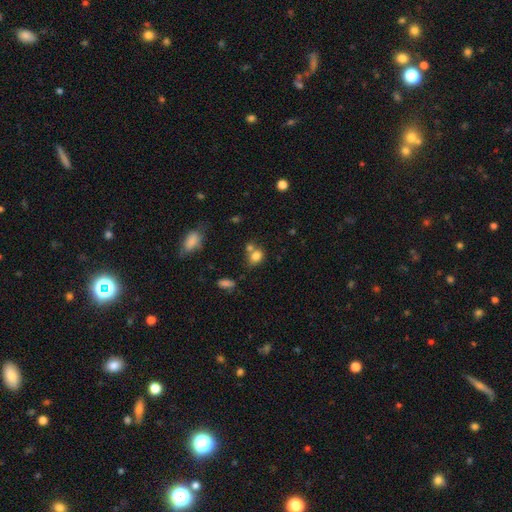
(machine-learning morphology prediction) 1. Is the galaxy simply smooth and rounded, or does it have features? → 79% smooth, 12% star or artifact, 9% featured or disk.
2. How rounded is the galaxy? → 52% in between, 47% round, 1% cigar-shaped.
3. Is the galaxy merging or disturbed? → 46% none, 35% merger, 14% minor disturbance, 6% major disturbance.